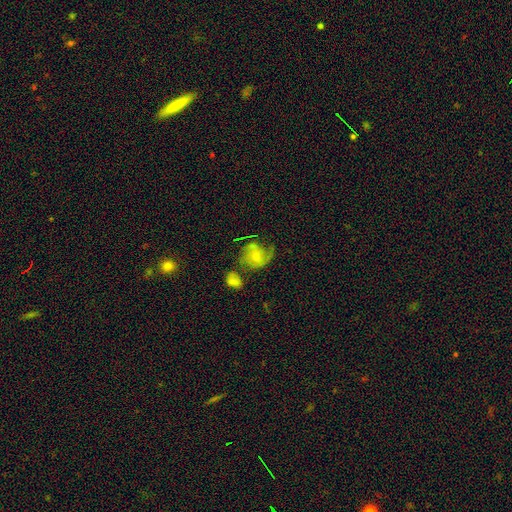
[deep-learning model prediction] Smooth or featured? featured or disk (63%)
Edge-on disk? no (98%)
Bar? no (67%)
Spiral arms? yes (88%)
Spiral winding? medium (45%)
Spiral arm count? 2 (54%)
Bulge size? small (55%)
Merging? none (46%)